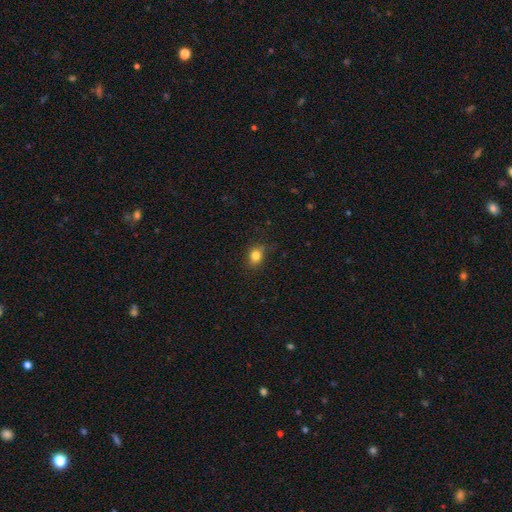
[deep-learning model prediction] A smooth galaxy with no disk features (82%) that is round (57%). Merging: none (80%).